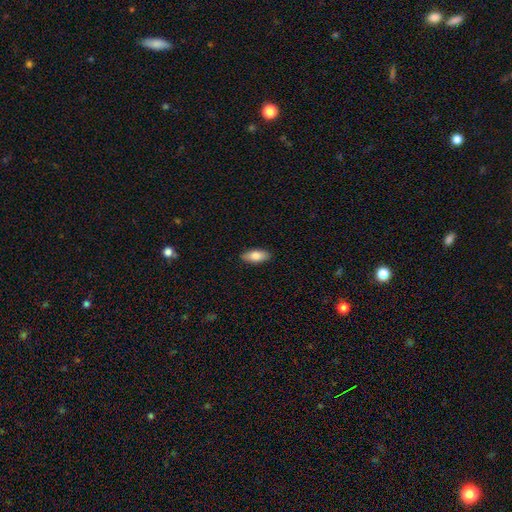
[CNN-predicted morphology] A smooth galaxy with no disk features (81%) that is in between round and cigar-shaped (81%).

Vote fractions:
- Smooth or featured? smooth: 81% / featured or disk: 13% / star or artifact: 6%
- How rounded? in between: 81% / cigar-shaped: 17% / round: 2%
- Merging? none: 89% / minor disturbance: 9% / major disturbance: 2% / merger: 1%